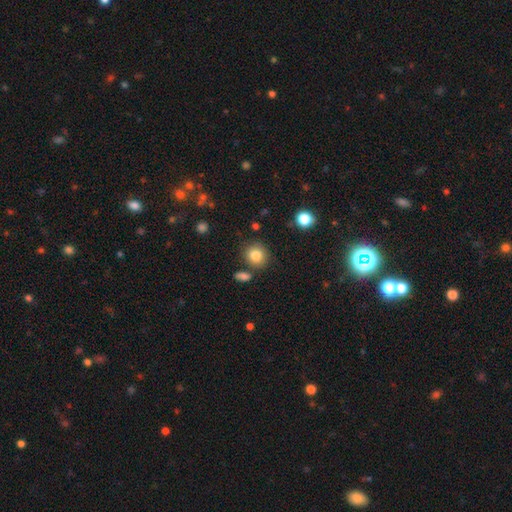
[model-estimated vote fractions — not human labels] Smooth or featured? smooth (83%)
How rounded? round (82%)
Merging? none (79%)